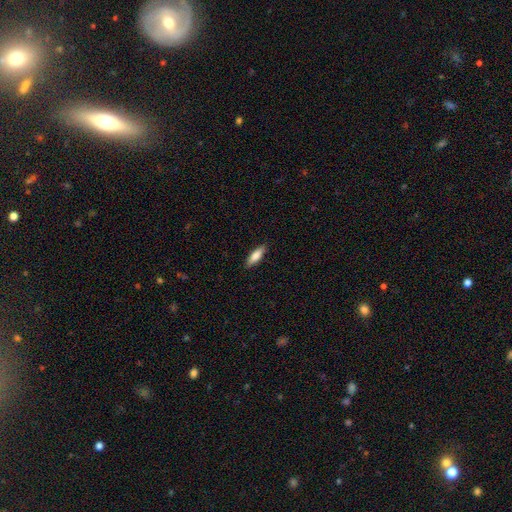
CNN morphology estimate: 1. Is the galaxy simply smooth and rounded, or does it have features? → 79% smooth, 15% featured or disk, 6% star or artifact.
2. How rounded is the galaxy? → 55% cigar-shaped, 44% in between, 2% round.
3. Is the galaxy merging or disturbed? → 87% none, 10% minor disturbance, 2% major disturbance, 1% merger.